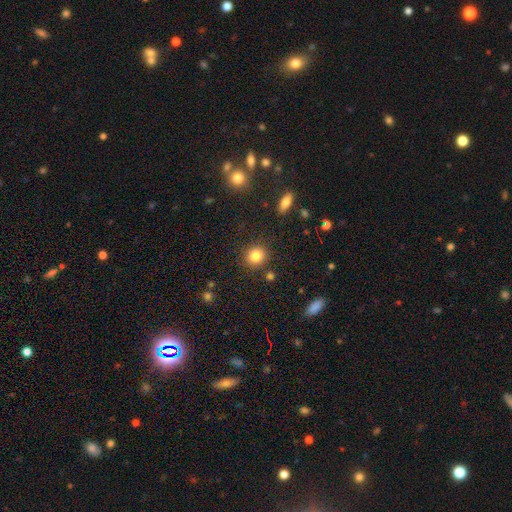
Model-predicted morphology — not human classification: A smooth galaxy with no disk features (84%) that is round (86%). Merging: none (87%).